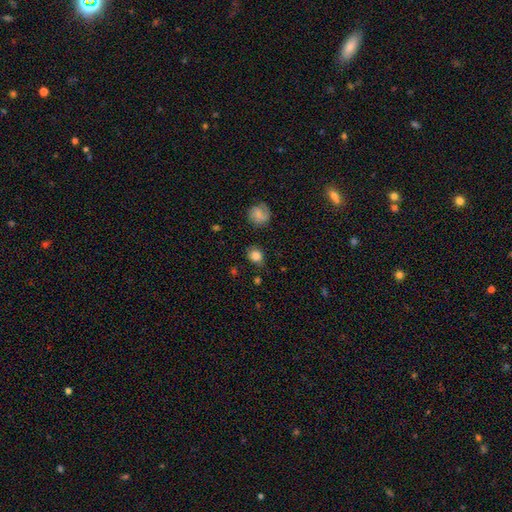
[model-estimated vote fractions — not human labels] A smooth galaxy with no disk features (83%) that is round (63%).

Vote fractions:
- Smooth or featured? smooth: 83% / star or artifact: 10% / featured or disk: 8%
- How rounded? round: 63% / in between: 36% / cigar-shaped: 1%
- Merging? none: 74% / minor disturbance: 18% / major disturbance: 5% / merger: 3%